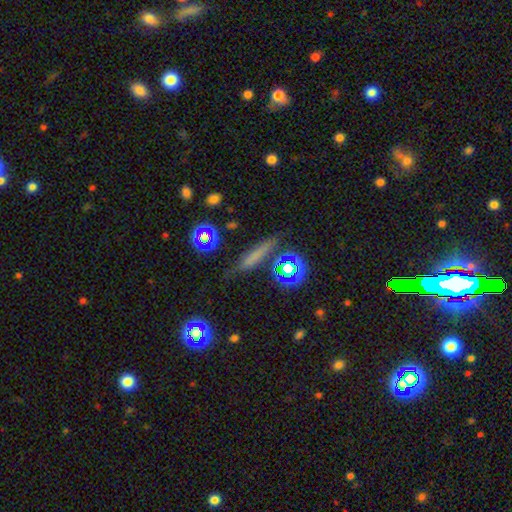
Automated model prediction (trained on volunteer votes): smooth-or-featured: smooth: 55% | featured or disk: 24% | star or artifact: 21%
  how-rounded: cigar-shaped: 80% | in between: 11% | round: 9%
  merging: none: 76% | minor disturbance: 15% | major disturbance: 5% | merger: 4%